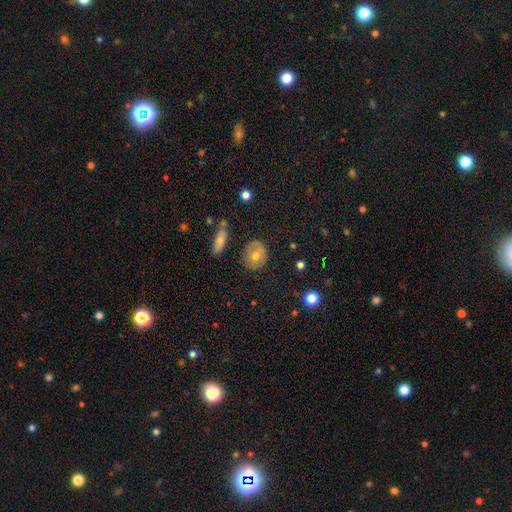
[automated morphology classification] This is likely a smooth galaxy (63%). How rounded: likely round (68%). Merging: likely none (77%).